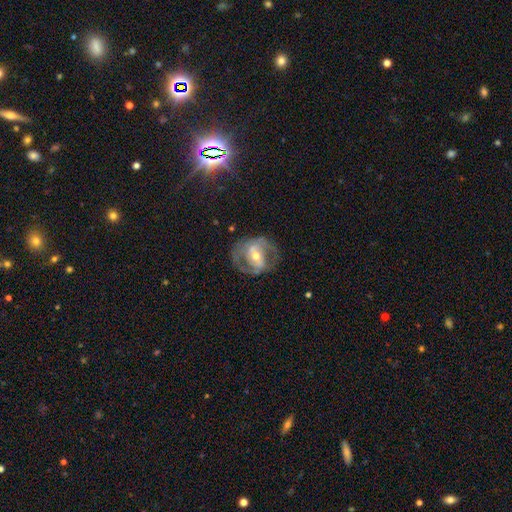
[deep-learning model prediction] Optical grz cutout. It shows a featured or disk galaxy (74%) with a weak bar (36%), spiral arms (62%) and a moderate central bulge (62%). Merging: none (64%).